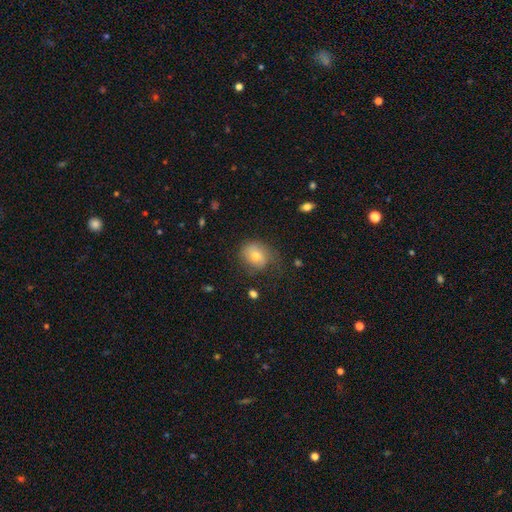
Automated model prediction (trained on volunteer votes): Q: Smooth or featured?
A: smooth (62%); runner-up: featured or disk (27%)
Q: How rounded?
A: round (61%); runner-up: in between (38%)
Q: Merging?
A: none (55%); runner-up: minor disturbance (27%)